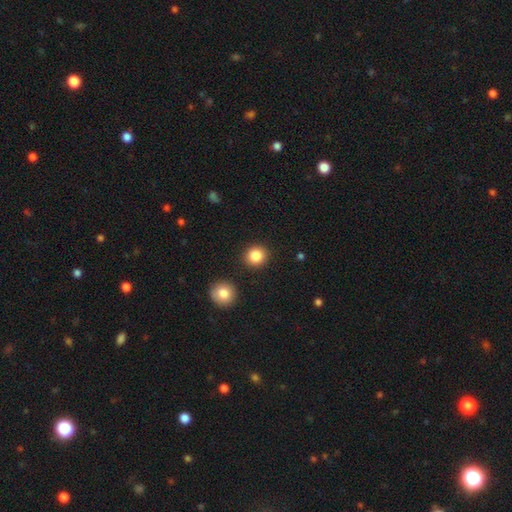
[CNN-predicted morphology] Smooth or featured: smooth — 85% (star or artifact — 10%)
How rounded: round — 90% (in between — 9%)
Merging: none — 89% (minor disturbance — 6%)